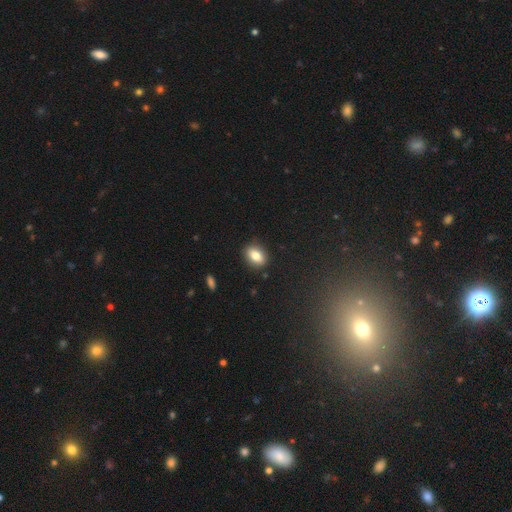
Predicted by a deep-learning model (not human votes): Smooth or featured?
  - smooth: 83% *
  - featured or disk: 9%
  - star or artifact: 9%
How rounded?
  - in between: 79% *
  - round: 19%
  - cigar-shaped: 2%
Merging?
  - none: 86% *
  - minor disturbance: 10%
  - major disturbance: 2%
  - merger: 1%